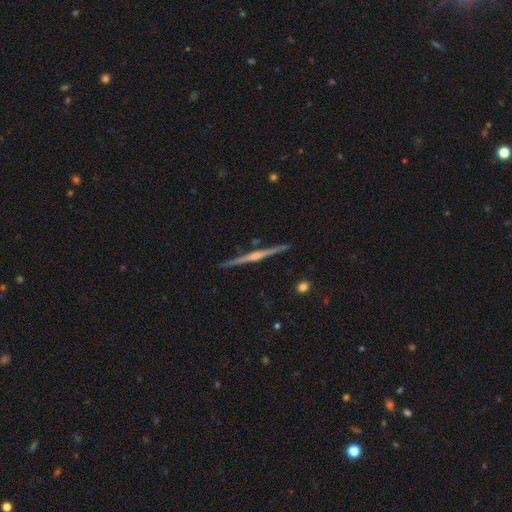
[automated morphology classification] smooth-or-featured: featured or disk: 84% | smooth: 11% | star or artifact: 5%
  disk-edge-on: yes: 99% | no: 1%
    edge-on-bulge: rounded: 75% | none: 15% | boxy: 11%
  merging: none: 92% | minor disturbance: 5% | merger: 1% | major disturbance: 1%